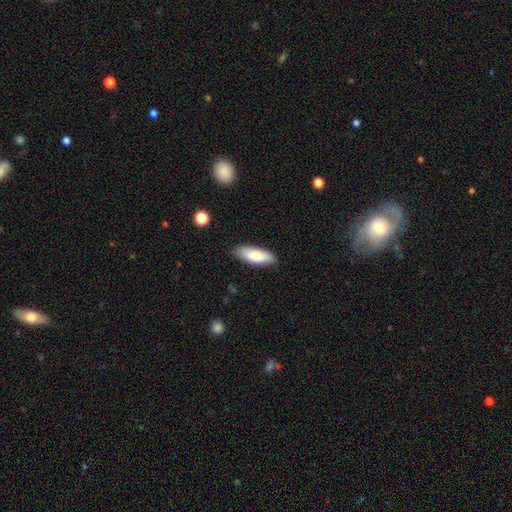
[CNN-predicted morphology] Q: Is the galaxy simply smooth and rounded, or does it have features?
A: smooth — 83%.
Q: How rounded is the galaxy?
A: in between — 67%.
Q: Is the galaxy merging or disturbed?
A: none — 83%.